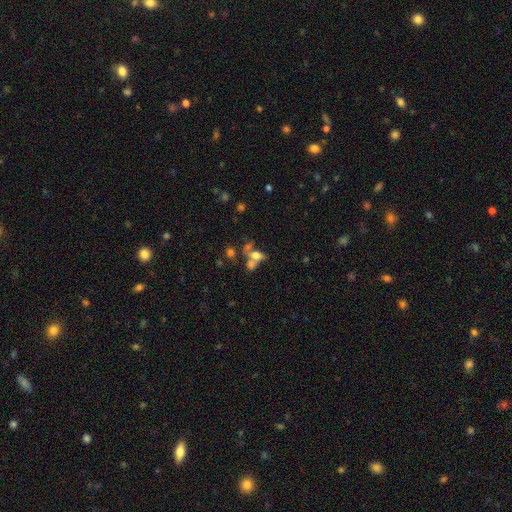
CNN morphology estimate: Smooth or featured?
  - smooth: 55% *
  - featured or disk: 28%
  - star or artifact: 16%
How rounded?
  - in between: 74% *
  - round: 18%
  - cigar-shaped: 8%
Merging?
  - merger: 49% *
  - none: 28%
  - major disturbance: 11%
  - minor disturbance: 11%